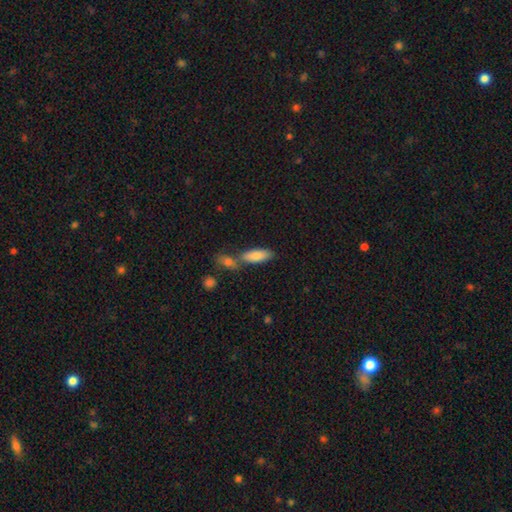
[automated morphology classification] smooth-or-featured: smooth: 81% | featured or disk: 12% | star or artifact: 7%
  how-rounded: in between: 67% | cigar-shaped: 30% | round: 2%
  merging: none: 57% | merger: 27% | minor disturbance: 12% | major disturbance: 3%